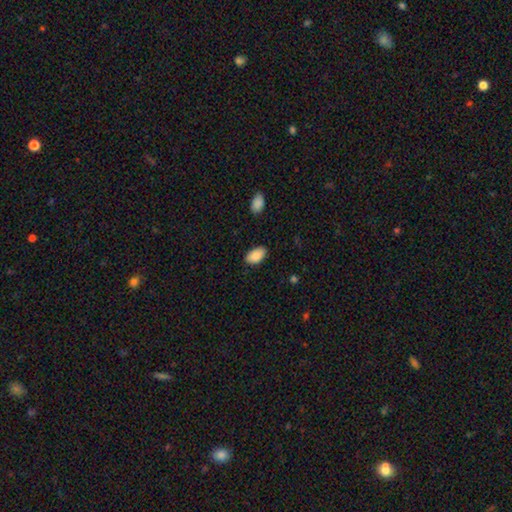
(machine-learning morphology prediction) Smooth or featured: smooth — 89% (star or artifact — 7%)
How rounded: in between — 95% (round — 4%)
Merging: none — 84% (minor disturbance — 12%)